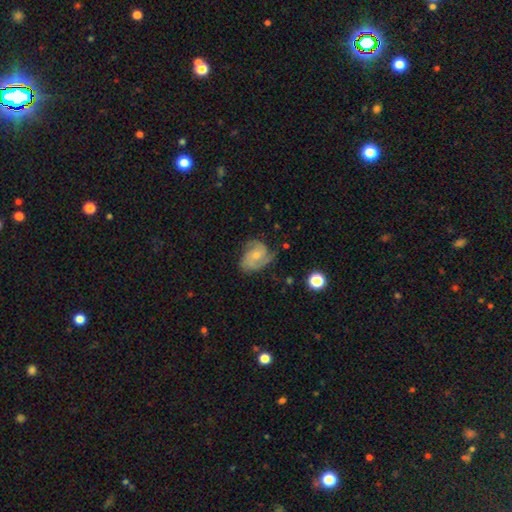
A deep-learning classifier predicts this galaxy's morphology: A featured or disk galaxy (73%) with no bar (71%), 2 (44%) medium (45%) spiral arms (93%) and a small central bulge (51%). Merging: none (58%).